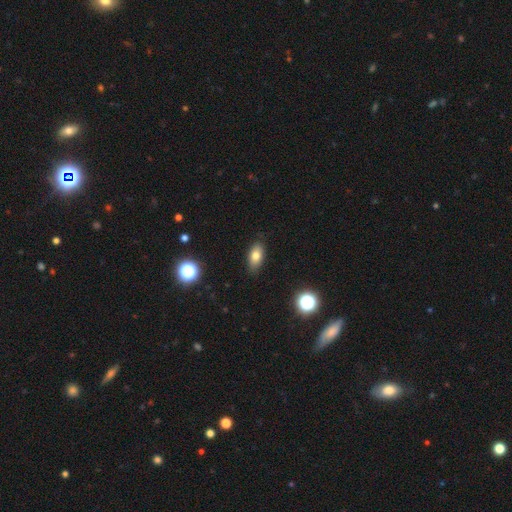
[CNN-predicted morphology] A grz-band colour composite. It shows a smooth galaxy with no disk features (77%) that is in between round and cigar-shaped (86%). Merging: none (87%).